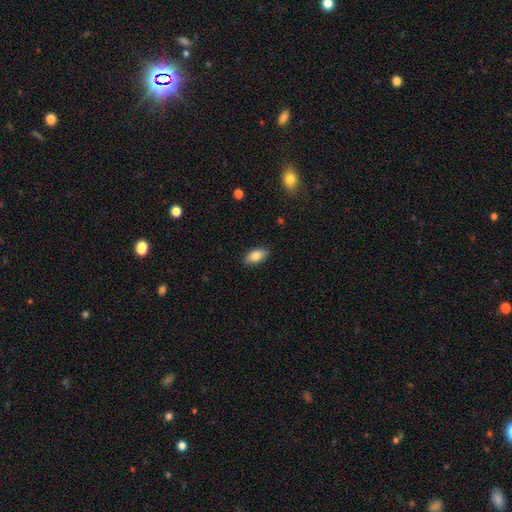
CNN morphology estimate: This appears to be a smooth galaxy with no disk features (81%) that is in between round and cigar-shaped (91%). Merging: none (88%).